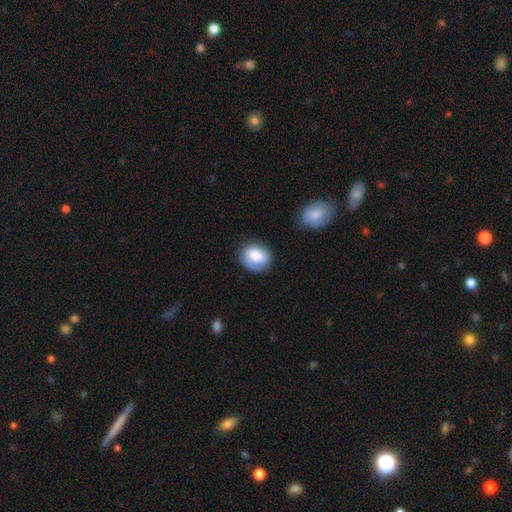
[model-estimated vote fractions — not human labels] Q: Smooth or featured?
A: smooth (78%); runner-up: featured or disk (15%)
Q: How rounded?
A: round (58%); runner-up: in between (41%)
Q: Merging?
A: none (76%); runner-up: minor disturbance (18%)